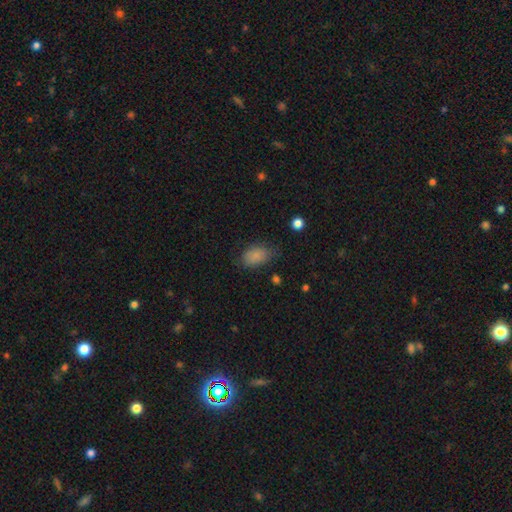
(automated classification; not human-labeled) Overall: smooth (85%). How rounded: in between (88%). Merging: none (69%).